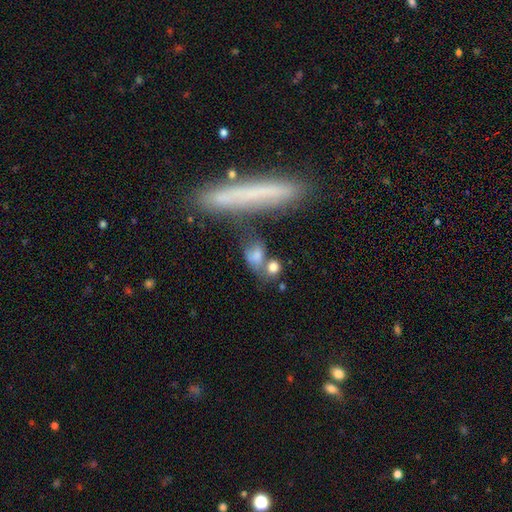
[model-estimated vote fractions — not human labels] The model was most divided on "merging": none: 42%, merger: 28%, minor disturbance: 18%, major disturbance: 12%. More confident: smooth or featured — smooth (68%); how rounded — in between (64%).